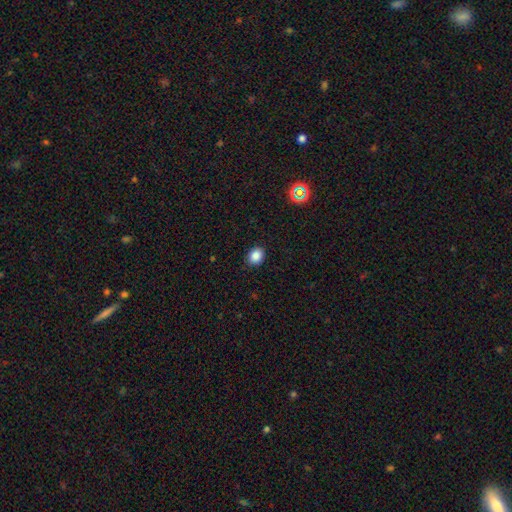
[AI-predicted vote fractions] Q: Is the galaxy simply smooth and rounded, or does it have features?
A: smooth — 86%.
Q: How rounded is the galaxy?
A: round — 53%.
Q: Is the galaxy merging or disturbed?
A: none — 88%.